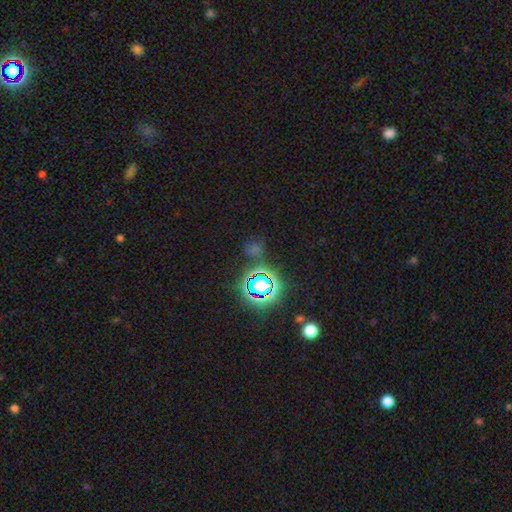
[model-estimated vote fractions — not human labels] Morphology: type=star or artifact (78%).